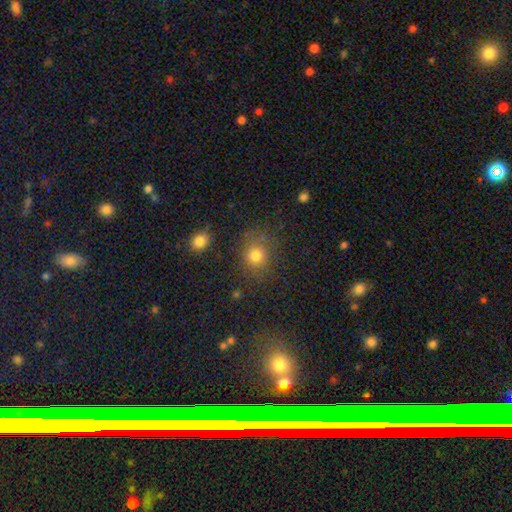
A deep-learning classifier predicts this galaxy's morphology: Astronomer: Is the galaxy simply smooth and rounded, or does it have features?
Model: smooth — 77%.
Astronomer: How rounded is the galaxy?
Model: round — 77%.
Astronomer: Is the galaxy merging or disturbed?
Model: none — 79%.